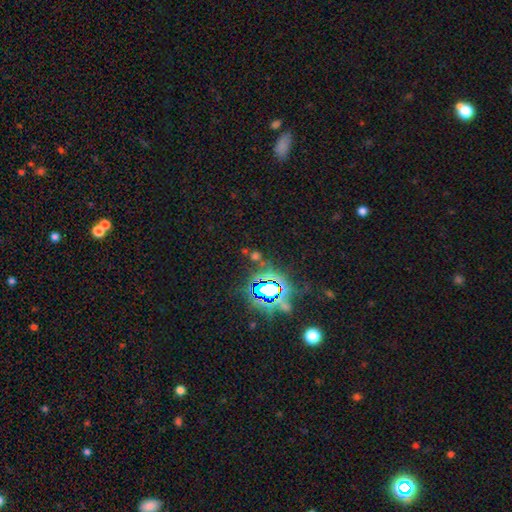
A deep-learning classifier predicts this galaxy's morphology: type=star or artifact (71%).